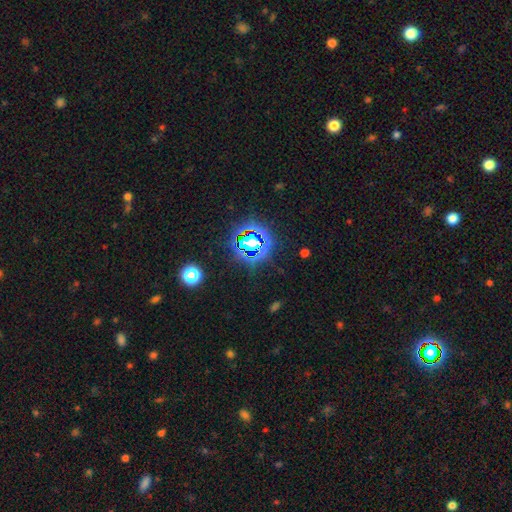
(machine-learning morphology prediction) A star or artifact, not a galaxy (77%).